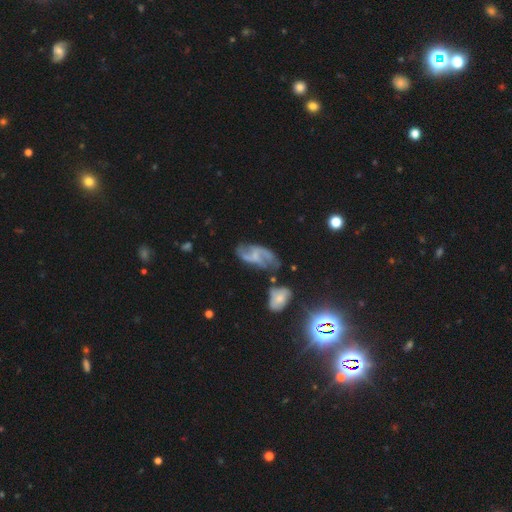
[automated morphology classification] Smooth or featured? featured or disk (76%)
Edge-on disk? no (96%)
Bar? weak (46%)
Spiral arms? yes (88%)
Spiral winding? loose (58%)
Spiral arm count? 2 (84%)
Bulge size? none (52%)
Merging? none (54%)